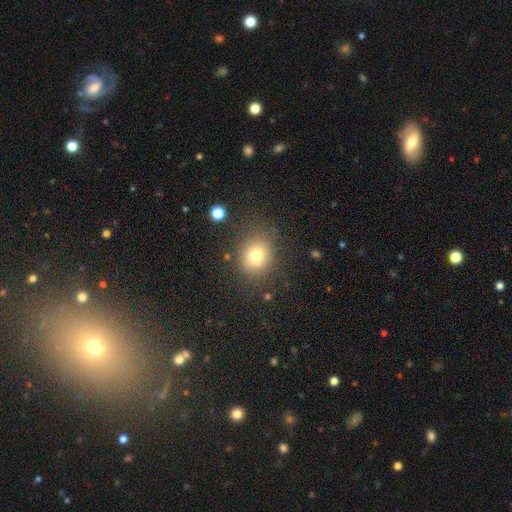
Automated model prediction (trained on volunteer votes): A smooth galaxy with no disk features (76%) that is round (70%).

Vote fractions:
- Smooth or featured? smooth: 76% / star or artifact: 14% / featured or disk: 11%
- How rounded? round: 70% / in between: 29% / cigar-shaped: 1%
- Merging? none: 79% / minor disturbance: 13% / major disturbance: 5% / merger: 3%